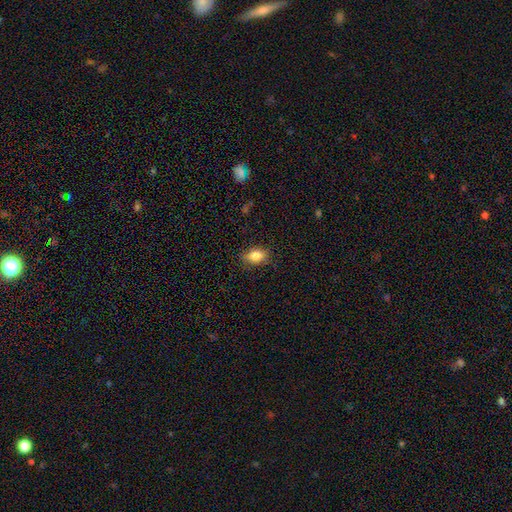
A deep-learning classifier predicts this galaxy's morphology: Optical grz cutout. It shows a smooth galaxy with no disk features (85%) that is in between round and cigar-shaped (80%). Merging: none (82%).